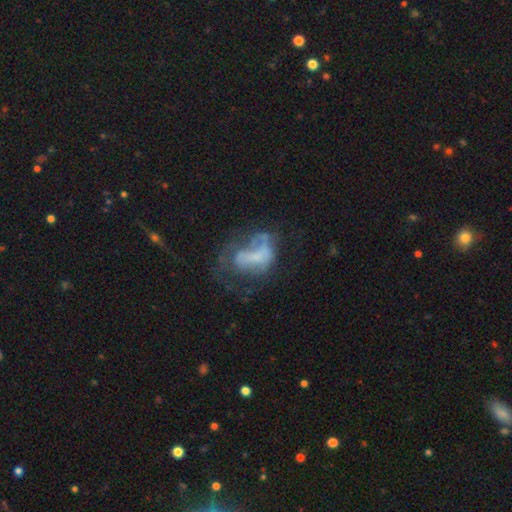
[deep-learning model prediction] Smooth or featured?
  - featured or disk: 55% *
  - smooth: 32%
  - star or artifact: 14%
Edge-on disk?
  - no: 97% *
  - yes: 3%
Bar?
  - no: 71% *
  - weak: 20%
  - strong: 9%
Spiral arms?
  - no: 77% *
  - yes: 23%
Bulge size?
  - none: 57% *
  - small: 20%
  - moderate: 15%
  - large: 6%
  - dominant: 2%
Merging?
  - major disturbance: 44% *
  - none: 26%
  - minor disturbance: 19%
  - merger: 11%